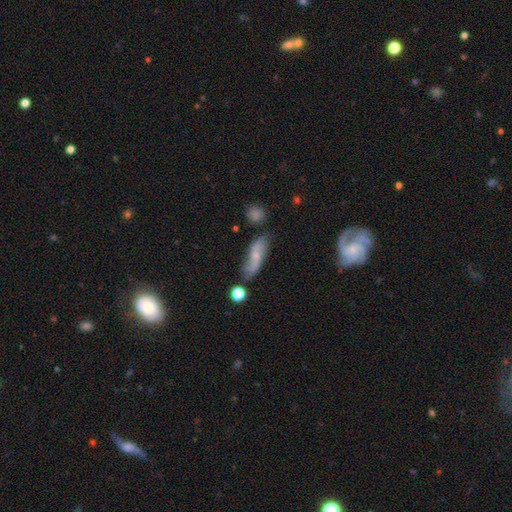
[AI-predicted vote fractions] A featured or disk galaxy (52%). Merging: none (62%).